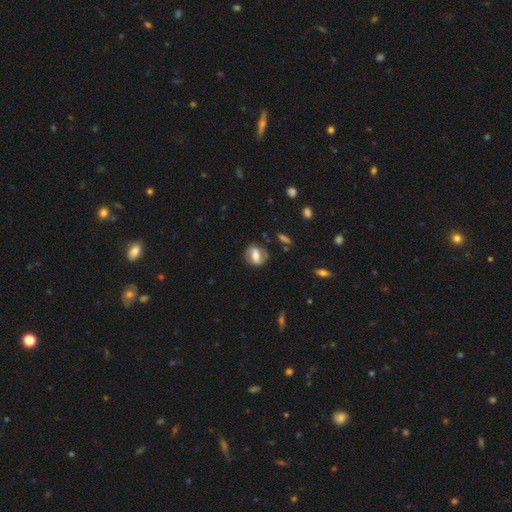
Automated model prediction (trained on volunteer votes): smooth-or-featured: featured or disk: 47% | smooth: 45% | star or artifact: 8%
  merging: none: 75% | minor disturbance: 16% | major disturbance: 6% | merger: 3%